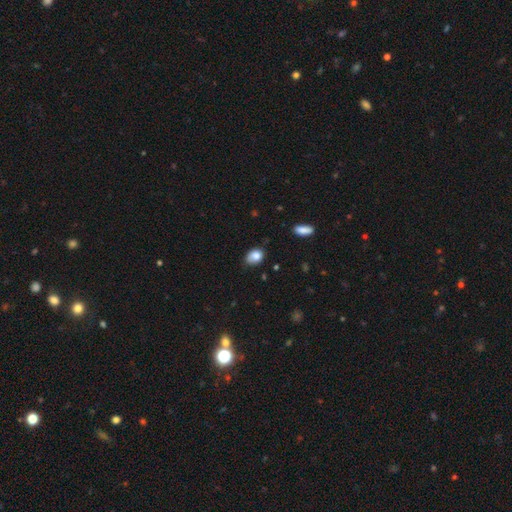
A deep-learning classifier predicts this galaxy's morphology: A smooth galaxy with no disk features (83%) that is in between round and cigar-shaped (67%). Merging: none (63%).